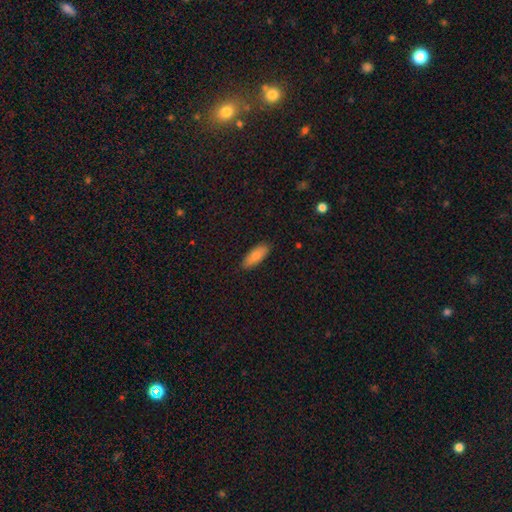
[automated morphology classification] Q: Smooth or featured?
A: smooth (81%); runner-up: featured or disk (12%)
Q: How rounded?
A: in between (76%); runner-up: cigar-shaped (22%)
Q: Merging?
A: none (88%); runner-up: minor disturbance (9%)